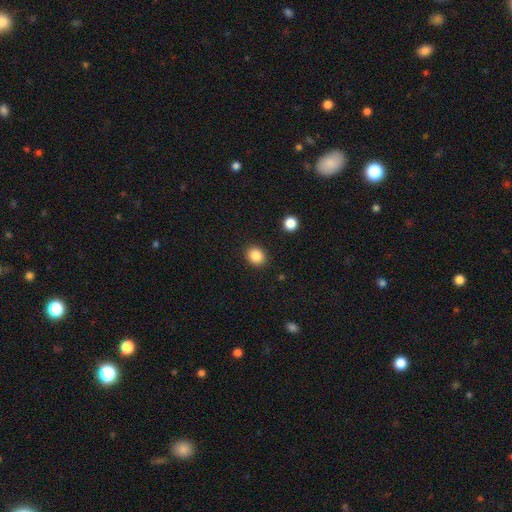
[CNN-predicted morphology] smooth-or-featured: smooth: 86% | star or artifact: 9% | featured or disk: 4%
  how-rounded: round: 66% | in between: 33% | cigar-shaped: 1%
  merging: none: 90% | minor disturbance: 6% | major disturbance: 2% | merger: 1%